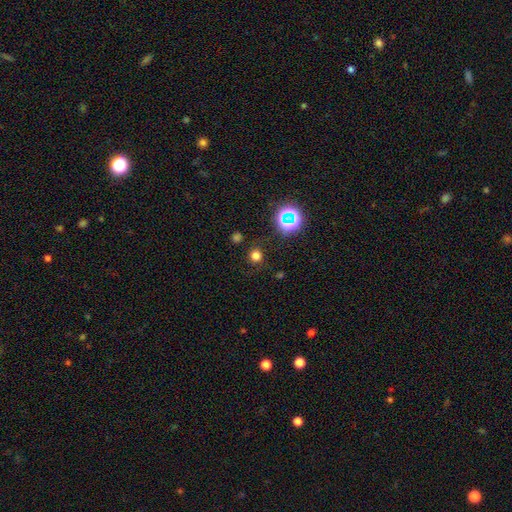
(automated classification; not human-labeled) A smooth galaxy with no disk features (71%) that is round (92%). Merging: none (86%).